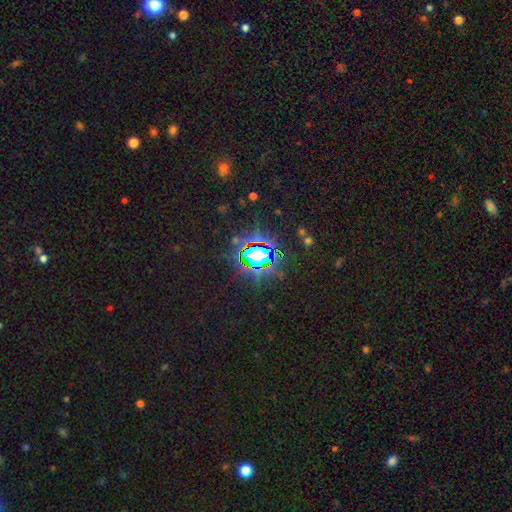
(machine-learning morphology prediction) This appears to be a star or artifact, not a galaxy (79%).